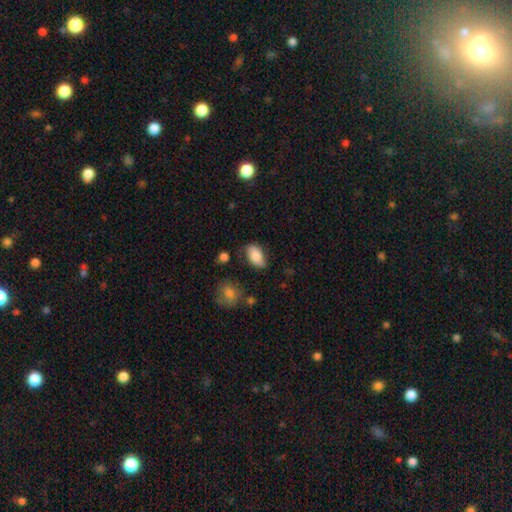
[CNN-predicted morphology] Smooth or featured?
  - smooth: 81% *
  - featured or disk: 11%
  - star or artifact: 7%
How rounded?
  - in between: 93% *
  - round: 5%
  - cigar-shaped: 2%
Merging?
  - none: 73% *
  - minor disturbance: 20%
  - major disturbance: 4%
  - merger: 3%